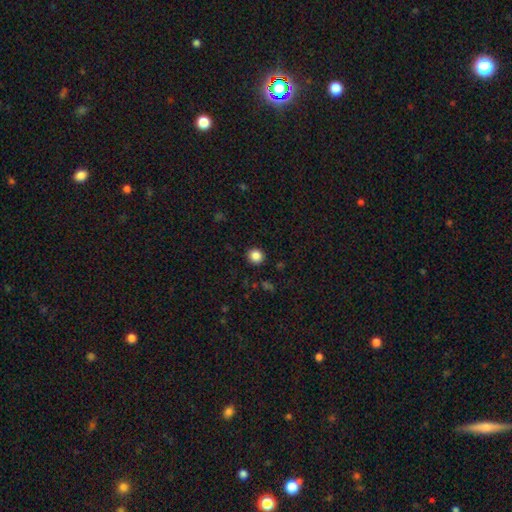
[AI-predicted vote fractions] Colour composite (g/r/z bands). It shows a smooth galaxy with no disk features (86%) that is round (89%). Merging: none (92%).